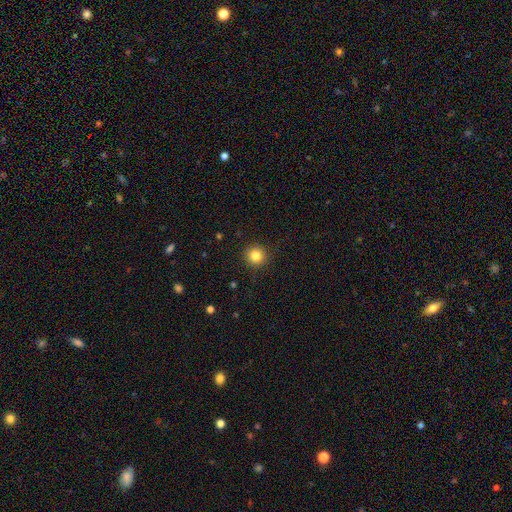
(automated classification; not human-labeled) smooth_or_featured: smooth (p=0.83) [alt: star or artifact p=0.12]
how_rounded: round (p=0.94) [alt: in between p=0.05]
merging: none (p=0.91) [alt: minor disturbance p=0.06]